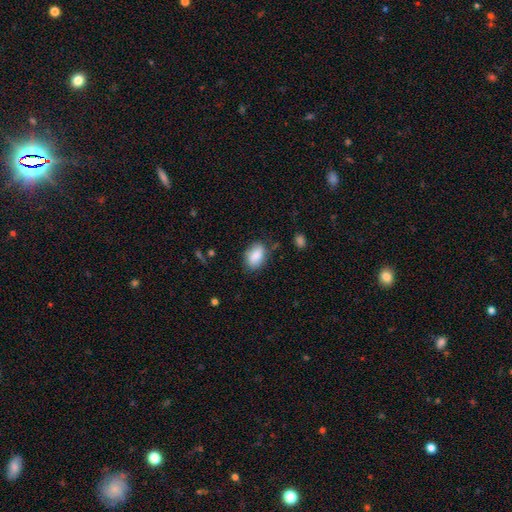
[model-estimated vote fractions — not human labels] Q: Smooth or featured?
A: smooth (86%); runner-up: featured or disk (7%)
Q: How rounded?
A: in between (88%); runner-up: round (10%)
Q: Merging?
A: none (71%); runner-up: minor disturbance (21%)